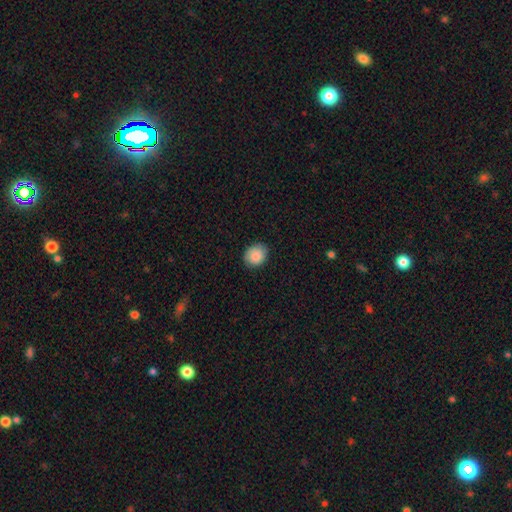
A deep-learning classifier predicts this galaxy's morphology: The model was most divided on "how rounded": round: 65%, in between: 34%, cigar-shaped: 1%. More confident: smooth or featured — smooth (88%); merging — none (86%).